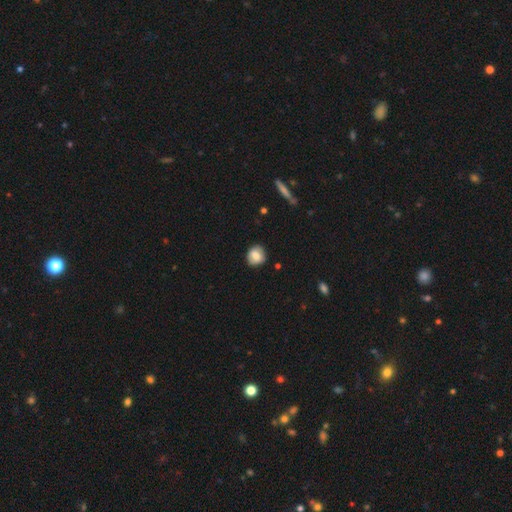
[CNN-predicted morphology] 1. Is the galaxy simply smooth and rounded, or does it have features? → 76% smooth, 16% featured or disk, 8% star or artifact.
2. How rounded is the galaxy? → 72% round, 27% in between, 1% cigar-shaped.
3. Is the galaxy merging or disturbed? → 81% none, 14% minor disturbance, 3% major disturbance, 2% merger.